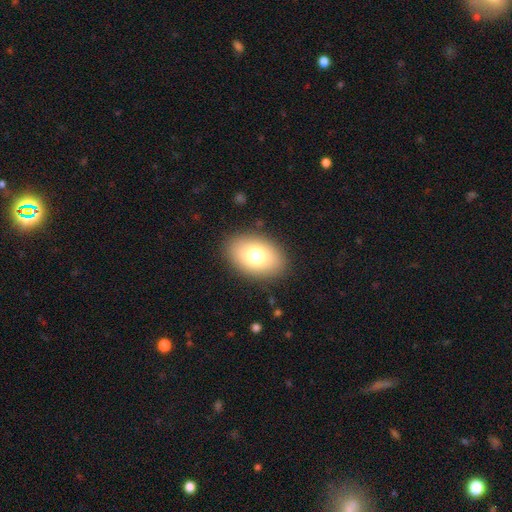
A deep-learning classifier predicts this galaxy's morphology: The model was most divided on "smooth or featured": smooth: 75%, featured or disk: 15%, star or artifact: 10%. More confident: merging — none (88%); how rounded — in between (83%).